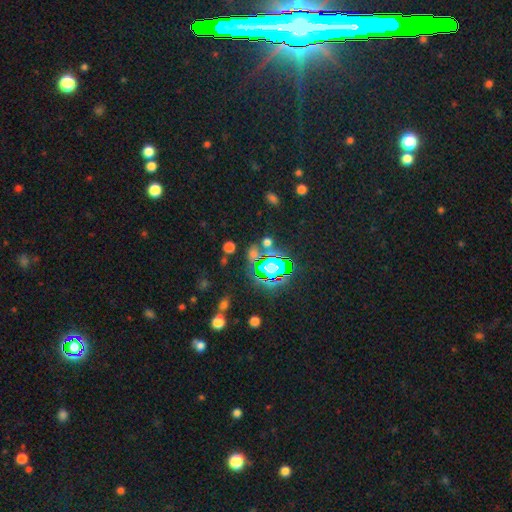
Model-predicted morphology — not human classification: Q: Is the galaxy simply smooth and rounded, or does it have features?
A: star or artifact — 70%.